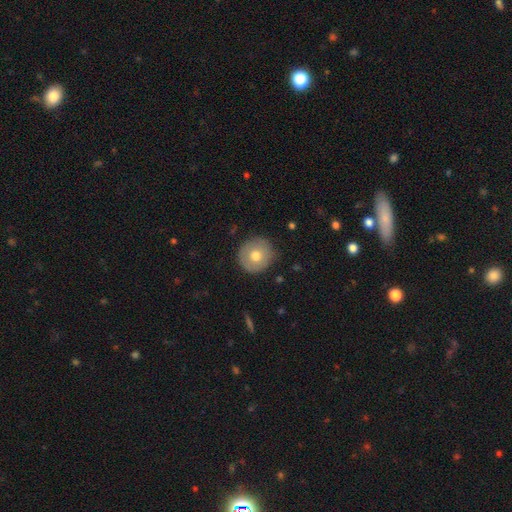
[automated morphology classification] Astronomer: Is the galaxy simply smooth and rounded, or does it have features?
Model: smooth — 68%.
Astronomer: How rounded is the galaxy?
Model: round — 94%.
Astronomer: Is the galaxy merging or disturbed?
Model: none — 85%.